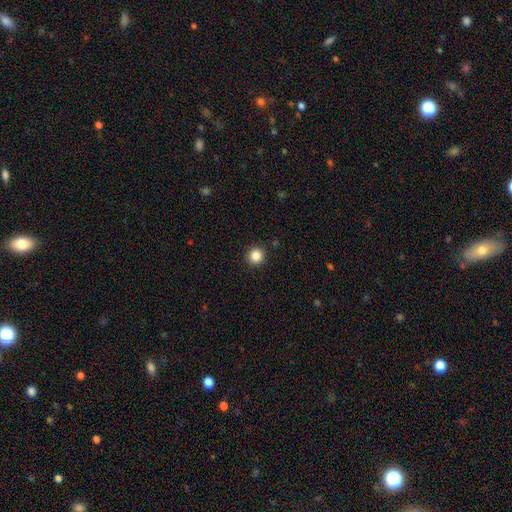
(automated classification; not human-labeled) Smooth or featured? Predicted: smooth (p=0.85). How rounded? Predicted: round (p=0.93). Merging? Predicted: none (p=0.92).